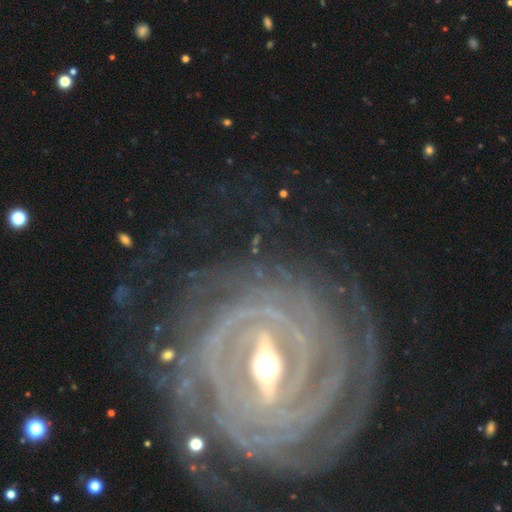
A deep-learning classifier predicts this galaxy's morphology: This appears to be a featured or disk galaxy (91%) with a strong bar (68%), tight (87%) spiral arms (96%) and a moderate central bulge (68%). Merging: none (75%).